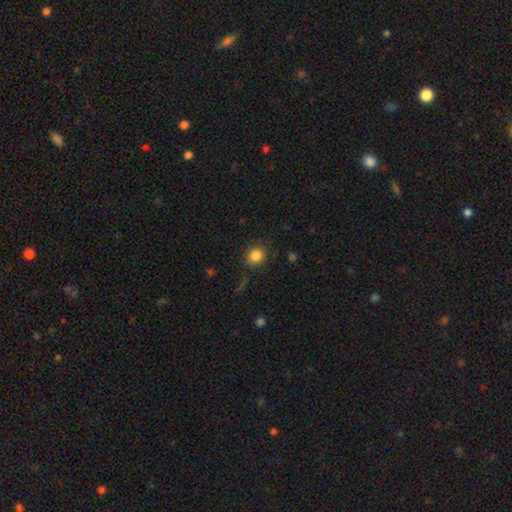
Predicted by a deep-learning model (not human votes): The model was most divided on "how rounded": round: 81%, in between: 18%, cigar-shaped: 1%. More confident: smooth or featured — smooth (85%); merging — none (85%).